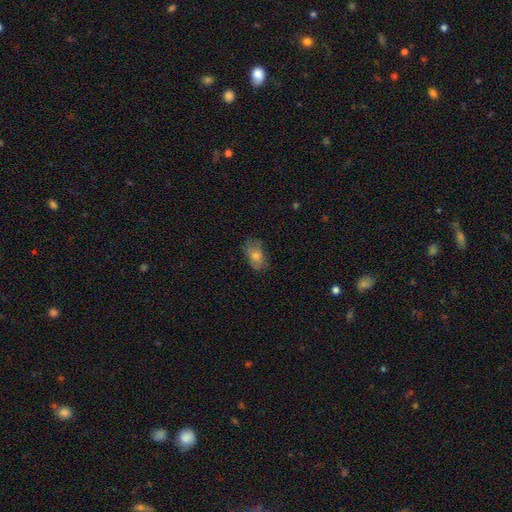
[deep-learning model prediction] A smooth galaxy with no disk features (70%) that is in between round and cigar-shaped (87%).

Vote fractions:
- Smooth or featured? smooth: 70% / featured or disk: 19% / star or artifact: 11%
- How rounded? in between: 87% / round: 10% / cigar-shaped: 2%
- Merging? none: 71% / minor disturbance: 21% / major disturbance: 6% / merger: 1%